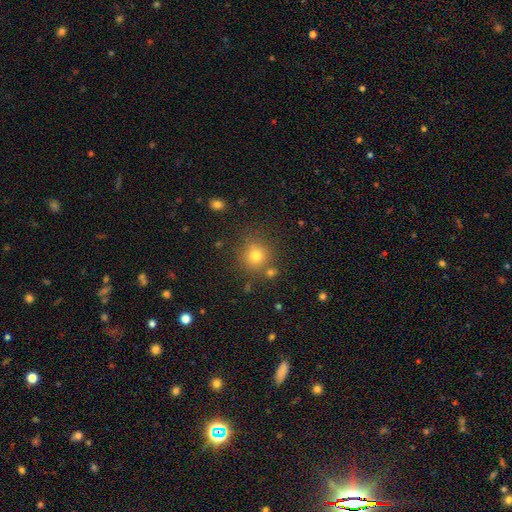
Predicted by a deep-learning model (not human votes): Smooth or featured?
  - smooth: 76% *
  - star or artifact: 15%
  - featured or disk: 9%
How rounded?
  - round: 91% *
  - in between: 8%
  - cigar-shaped: 1%
Merging?
  - none: 77% *
  - minor disturbance: 10%
  - merger: 9%
  - major disturbance: 4%